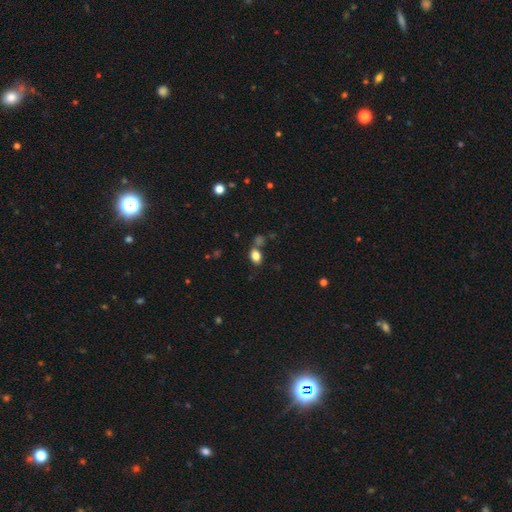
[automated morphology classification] type=smooth (82%); roundness=in between (81%); merging=none (67%).